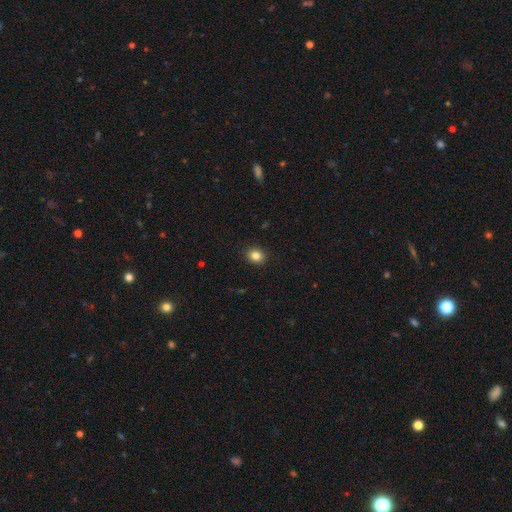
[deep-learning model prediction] This is clearly a smooth galaxy (84%). How rounded: likely round (66%). Merging: clearly none (91%).